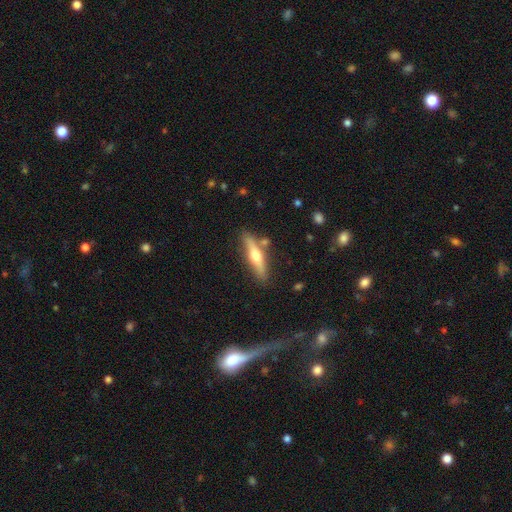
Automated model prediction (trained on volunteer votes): This appears to be a featured or disk galaxy (56%) viewed edge-on (93%) with a rounded central bulge (92%). Merging: none (79%).